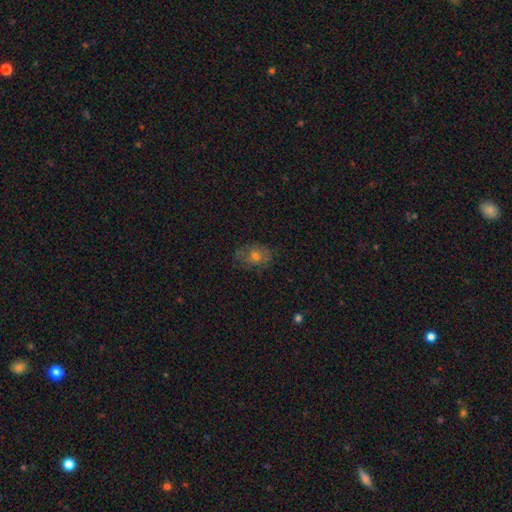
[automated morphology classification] The model was most divided on "smooth or featured": smooth: 55%, featured or disk: 31%, star or artifact: 15%. More confident: merging — none (76%); how rounded — in between (64%).